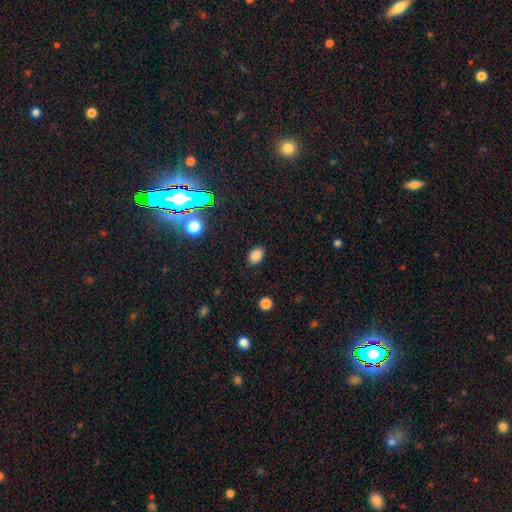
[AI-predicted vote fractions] Smooth or featured? smooth (83%)
How rounded? in between (72%)
Merging? none (86%)